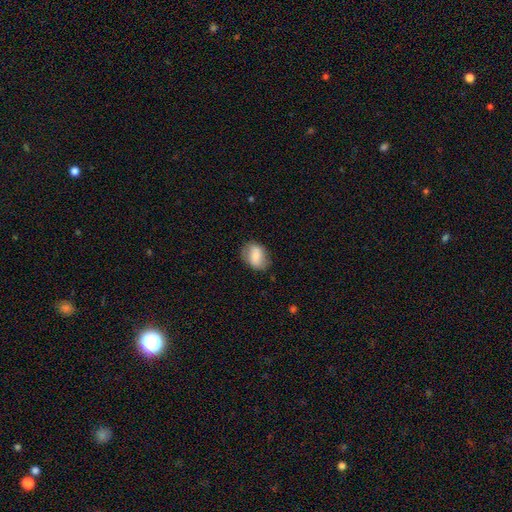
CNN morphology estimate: Q: Smooth or featured?
A: smooth (70%); runner-up: featured or disk (22%)
Q: How rounded?
A: in between (73%); runner-up: round (25%)
Q: Merging?
A: none (74%); runner-up: minor disturbance (19%)